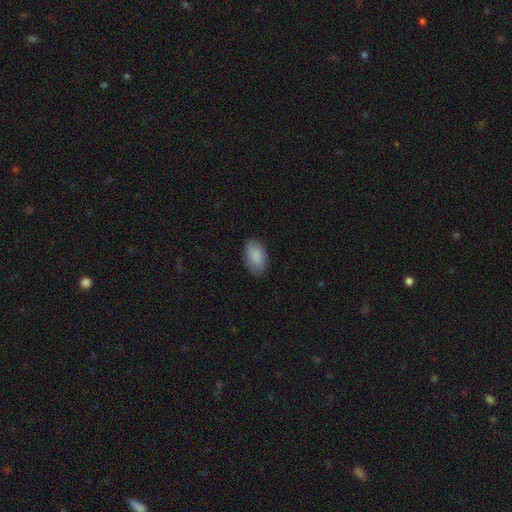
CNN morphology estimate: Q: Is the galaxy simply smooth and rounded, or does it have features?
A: smooth — 89%.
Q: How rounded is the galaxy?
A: in between — 93%.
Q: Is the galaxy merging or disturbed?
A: none — 85%.